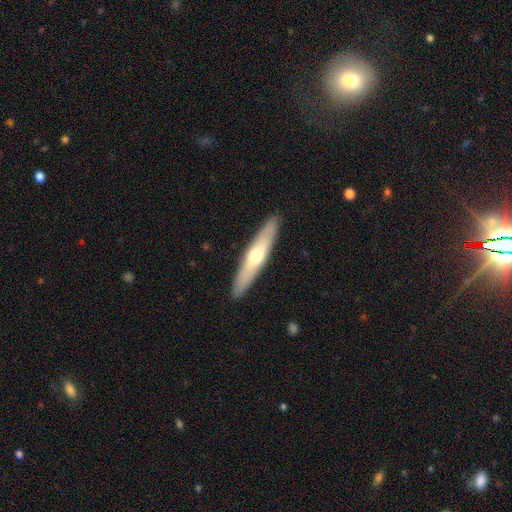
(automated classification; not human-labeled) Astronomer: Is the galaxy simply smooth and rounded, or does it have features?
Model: featured or disk — 48% (runner-up: smooth, 47%).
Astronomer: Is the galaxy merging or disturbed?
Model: none — 91%.